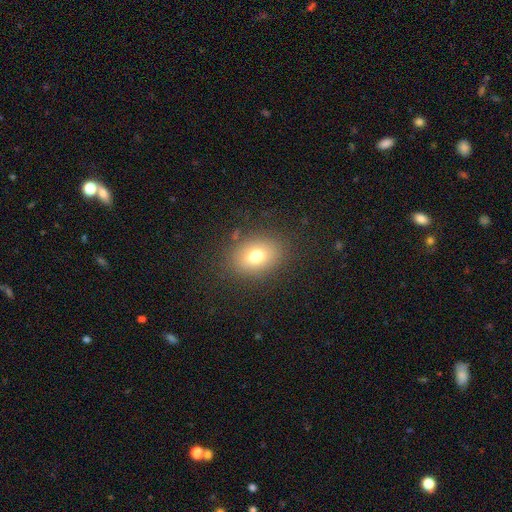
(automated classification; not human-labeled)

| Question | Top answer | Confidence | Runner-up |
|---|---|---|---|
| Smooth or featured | smooth | 74% | star or artifact (13%) |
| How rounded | in between | 65% | round (34%) |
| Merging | none | 83% | minor disturbance (10%) |